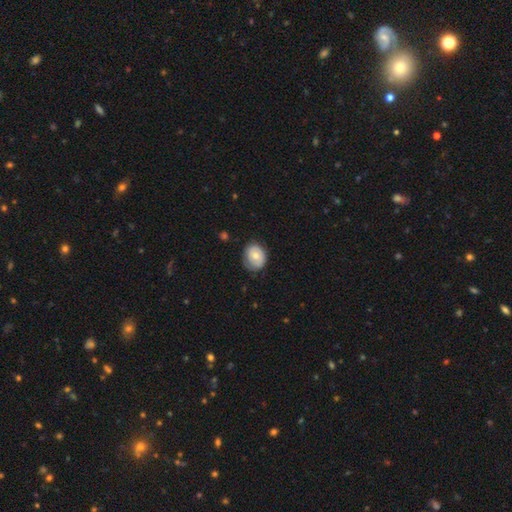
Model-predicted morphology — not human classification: smooth 63%, featured or disk 29%, star or artifact 7%. Down the decision tree: how rounded — round (56%); merging — none (69%).